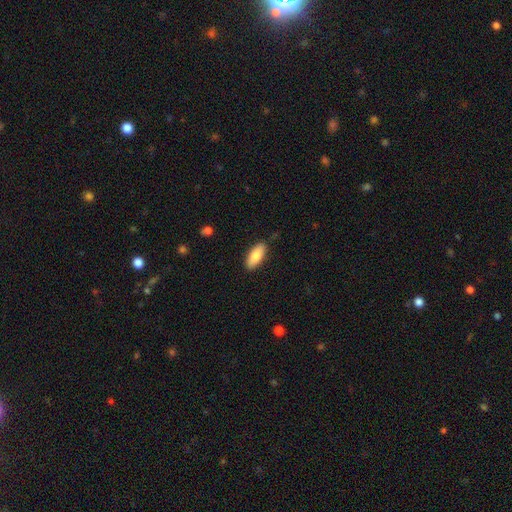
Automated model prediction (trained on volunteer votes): The model was most divided on "how rounded": in between: 82%, cigar-shaped: 16%, round: 2%. More confident: merging — none (86%); smooth or featured — smooth (84%).